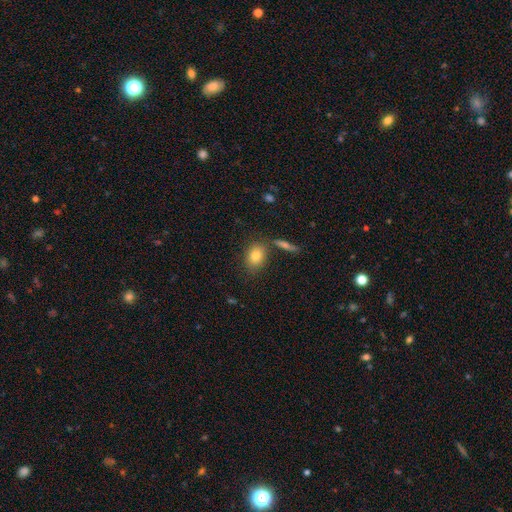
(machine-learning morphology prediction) A smooth galaxy with no disk features (81%) that is in between round and cigar-shaped (73%).

Vote fractions:
- Smooth or featured? smooth: 81% / featured or disk: 10% / star or artifact: 9%
- How rounded? in between: 73% / round: 25% / cigar-shaped: 2%
- Merging? none: 73% / minor disturbance: 12% / merger: 10% / major disturbance: 4%